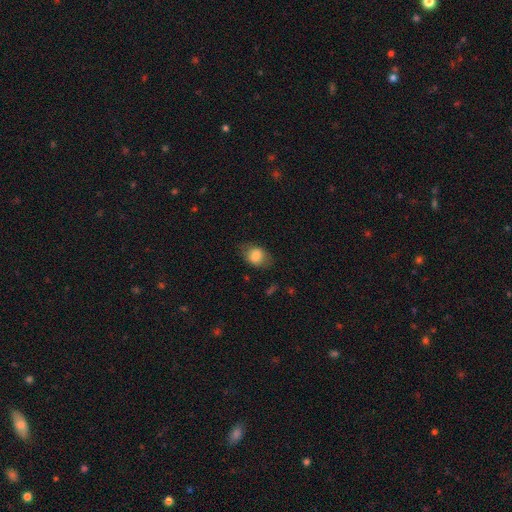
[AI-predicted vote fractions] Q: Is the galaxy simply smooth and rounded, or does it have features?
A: smooth — 80%.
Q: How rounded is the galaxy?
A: in between — 69%.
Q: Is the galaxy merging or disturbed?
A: none — 71%.